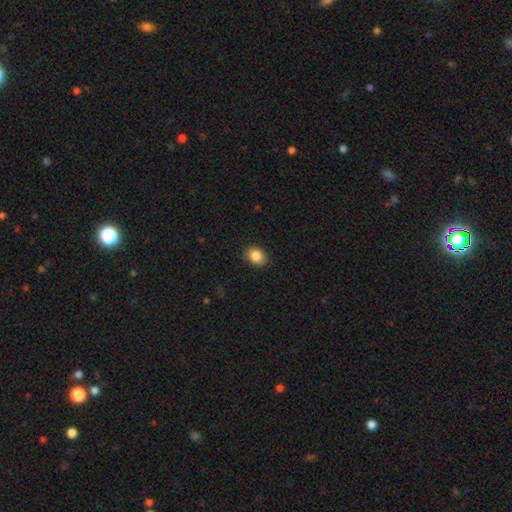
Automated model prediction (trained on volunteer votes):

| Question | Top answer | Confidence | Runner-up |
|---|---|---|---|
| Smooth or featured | smooth | 87% | star or artifact (8%) |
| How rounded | in between | 66% | round (33%) |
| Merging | none | 86% | minor disturbance (11%) |